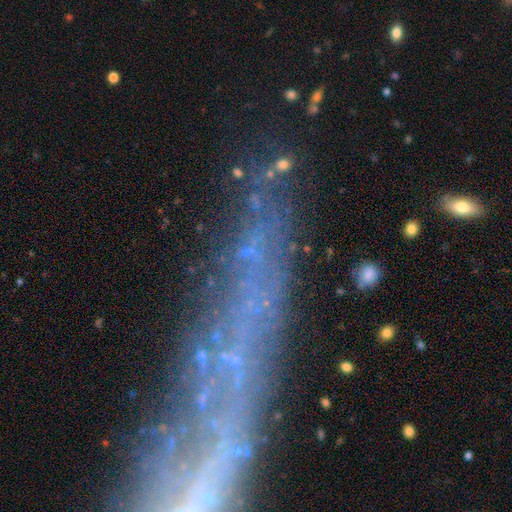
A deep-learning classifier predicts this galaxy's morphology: This is marginally a featured or disk galaxy (44%). Merging: likely none (67%).